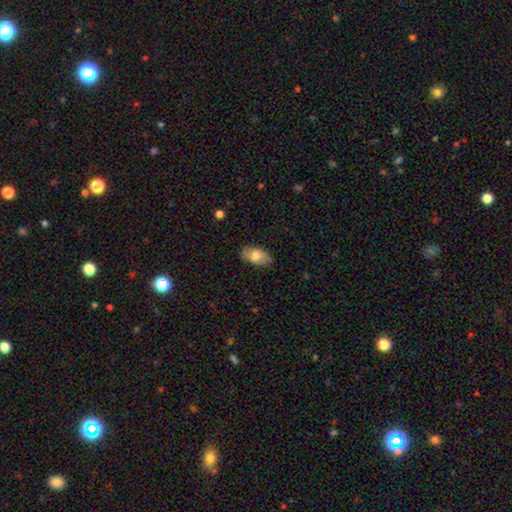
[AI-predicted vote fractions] Smooth or featured: smooth — 77% (featured or disk — 17%)
How rounded: in between — 93% (round — 4%)
Merging: none — 83% (minor disturbance — 14%)